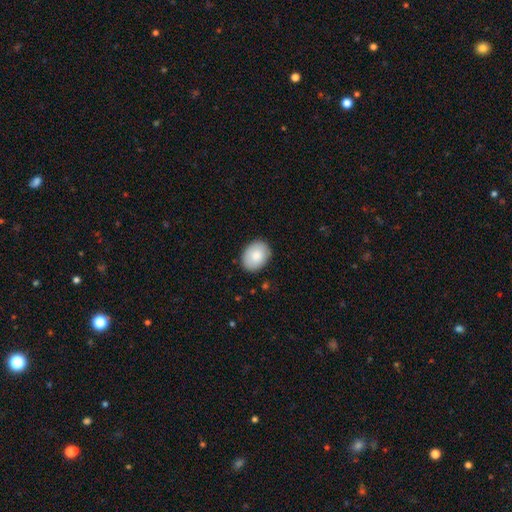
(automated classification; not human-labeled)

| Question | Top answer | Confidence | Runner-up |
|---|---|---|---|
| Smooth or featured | smooth | 86% | featured or disk (8%) |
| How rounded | in between | 73% | round (26%) |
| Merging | none | 86% | minor disturbance (11%) |